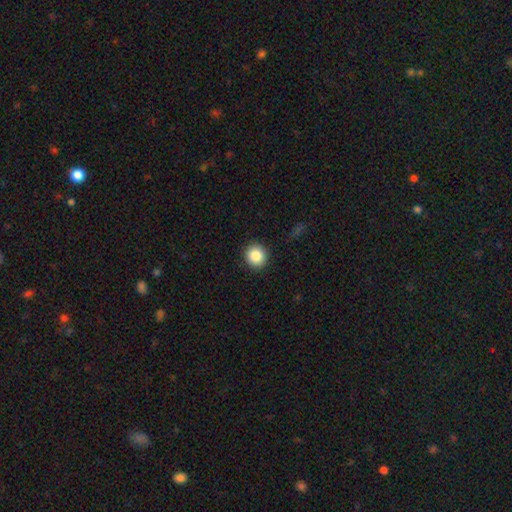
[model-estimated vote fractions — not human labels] The model was most divided on "smooth or featured": smooth: 86%, star or artifact: 9%, featured or disk: 5%. More confident: merging — none (91%); how rounded — round (90%).